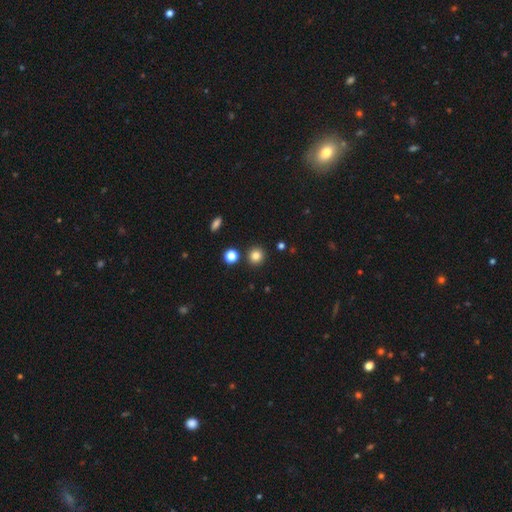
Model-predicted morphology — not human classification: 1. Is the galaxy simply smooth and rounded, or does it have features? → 83% smooth, 12% star or artifact, 5% featured or disk.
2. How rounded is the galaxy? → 92% round, 7% in between, 1% cigar-shaped.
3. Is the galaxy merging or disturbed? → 89% none, 6% minor disturbance, 4% merger, 2% major disturbance.